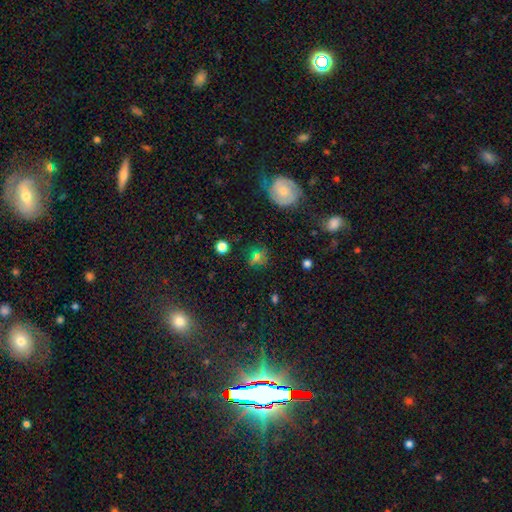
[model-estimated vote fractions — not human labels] A smooth galaxy with no disk features (51%) that is round (82%). Merging: none (79%).